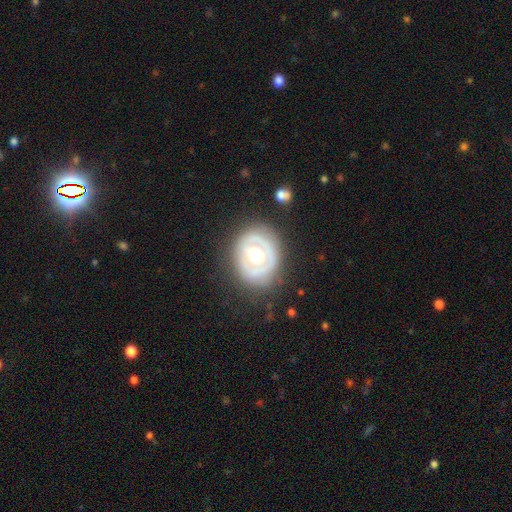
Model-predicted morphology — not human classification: Smooth or featured? featured or disk (58%)
Edge-on disk? no (93%)
Bar? no (87%)
Spiral arms? no (90%)
Bulge size? large (48%)
Merging? none (78%)